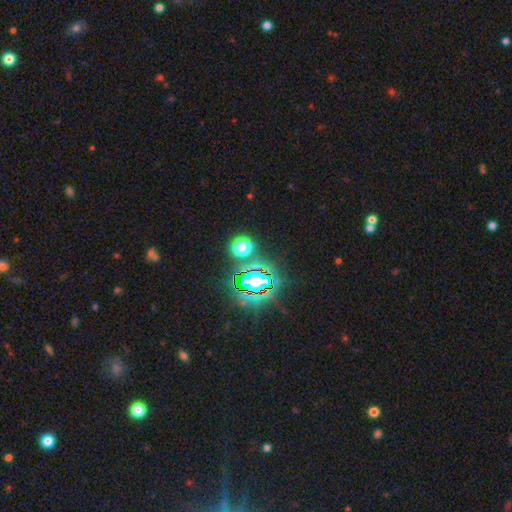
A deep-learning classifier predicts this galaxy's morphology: smooth_or_featured: star or artifact (p=0.83) [alt: smooth p=0.10]